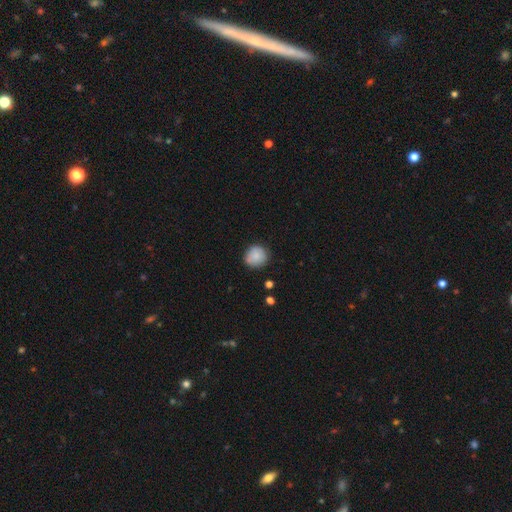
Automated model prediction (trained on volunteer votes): A smooth galaxy with no disk features (85%) that is round (87%). Merging: none (82%).